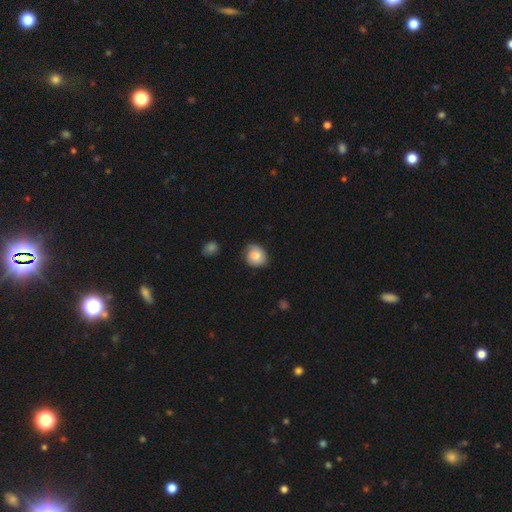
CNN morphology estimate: The model was most divided on "how rounded": round: 70%, in between: 29%, cigar-shaped: 1%. More confident: smooth or featured — smooth (77%); merging — none (74%).